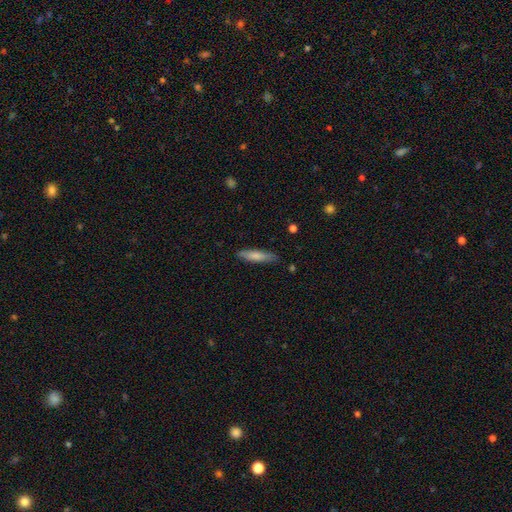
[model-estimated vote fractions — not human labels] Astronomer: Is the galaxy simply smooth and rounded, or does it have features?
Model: smooth — 73%.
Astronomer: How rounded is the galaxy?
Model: cigar-shaped — 79%.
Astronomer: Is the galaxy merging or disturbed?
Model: none — 85%.